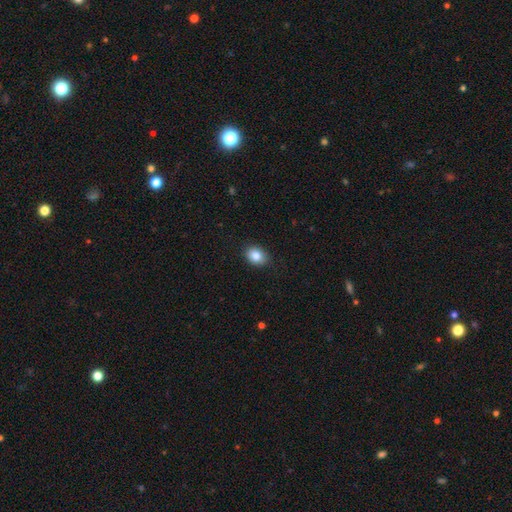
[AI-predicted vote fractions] Smooth or featured: smooth — 85% (star or artifact — 8%)
How rounded: in between — 64% (round — 35%)
Merging: none — 87% (minor disturbance — 10%)